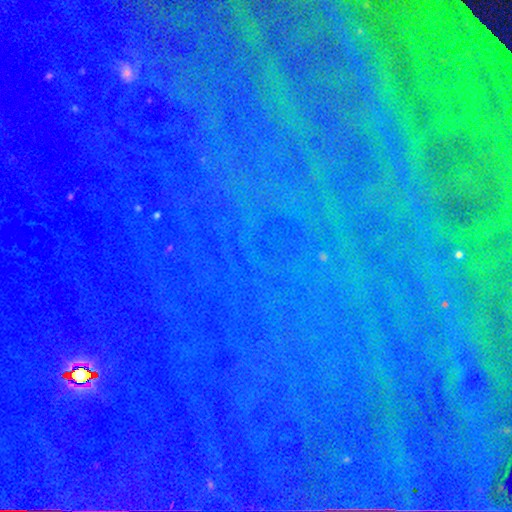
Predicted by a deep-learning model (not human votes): Q: Smooth or featured?
A: star or artifact (84%); runner-up: smooth (9%)